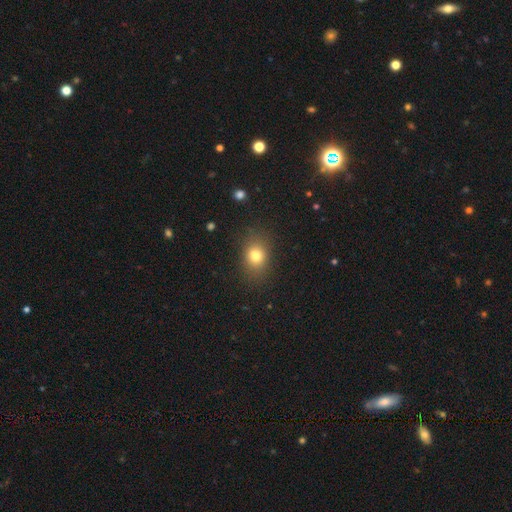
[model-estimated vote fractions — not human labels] smooth_or_featured: smooth (p=0.79) [alt: star or artifact p=0.12]
how_rounded: in between (p=0.59) [alt: round p=0.39]
merging: none (p=0.81) [alt: minor disturbance p=0.12]